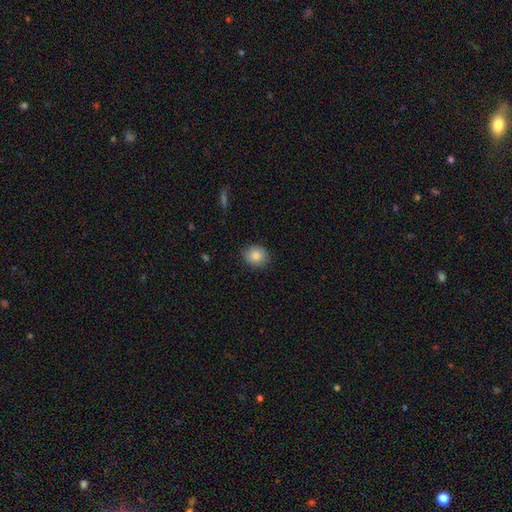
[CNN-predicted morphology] This is clearly a smooth galaxy (85%). How rounded: likely round (67%). Merging: clearly none (85%).